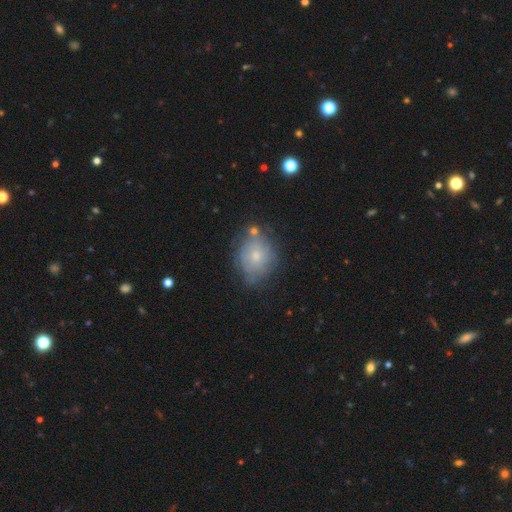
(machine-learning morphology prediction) Overall: smooth (56%; featured or disk 33%). How rounded: round (54%; in between 45%). Merging: none (59%; minor disturbance 27%).